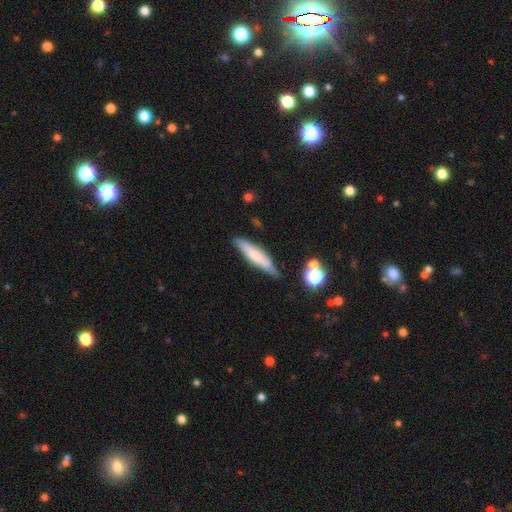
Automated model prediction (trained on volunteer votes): A smooth galaxy with no disk features (66%) that is cigar-shaped (82%).

Vote fractions:
- Smooth or featured? smooth: 66% / featured or disk: 27% / star or artifact: 7%
- How rounded? cigar-shaped: 82% / in between: 17% / round: 2%
- Merging? none: 77% / minor disturbance: 17% / major disturbance: 3% / merger: 3%